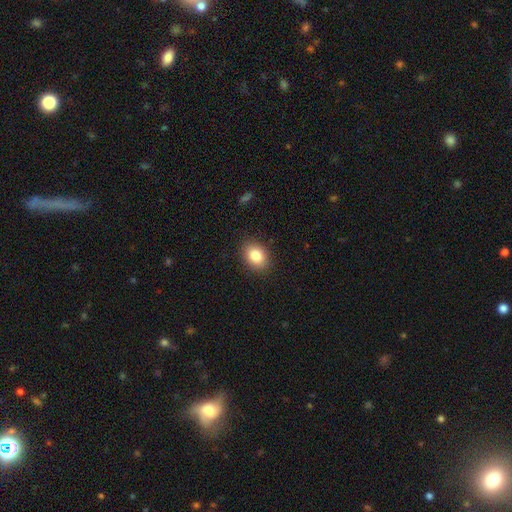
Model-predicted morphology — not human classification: Smooth or featured: smooth — 84% (star or artifact — 9%)
How rounded: in between — 67% (round — 32%)
Merging: none — 88% (minor disturbance — 8%)